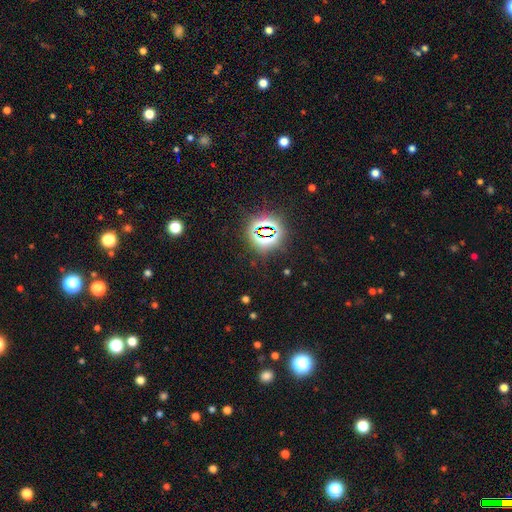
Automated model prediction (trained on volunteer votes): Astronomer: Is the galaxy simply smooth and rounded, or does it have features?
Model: star or artifact — 80%.